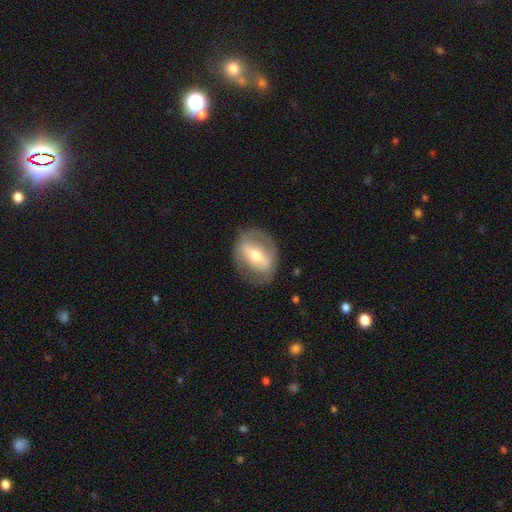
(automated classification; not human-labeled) Overall: featured or disk (62%; smooth 32%). Edge-on disk: no (88%). Bar: strong (57%; weak 27%). Spiral arms: no (67%; yes 33%). Bulge size: moderate (65%; small 26%). Merging: none (77%).